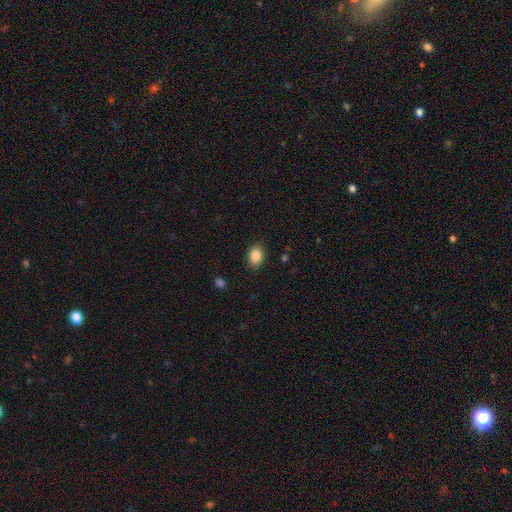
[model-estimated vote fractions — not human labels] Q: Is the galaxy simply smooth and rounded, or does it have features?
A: smooth — 87%.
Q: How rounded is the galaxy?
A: in between — 80%.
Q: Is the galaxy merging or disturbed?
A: none — 87%.